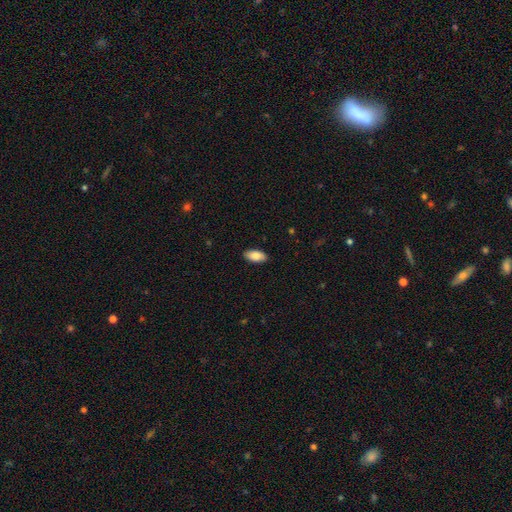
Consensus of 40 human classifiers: This appears to be a smooth galaxy with no disk features (88%) that is in between round and cigar-shaped (94%). Merging: none (89%).